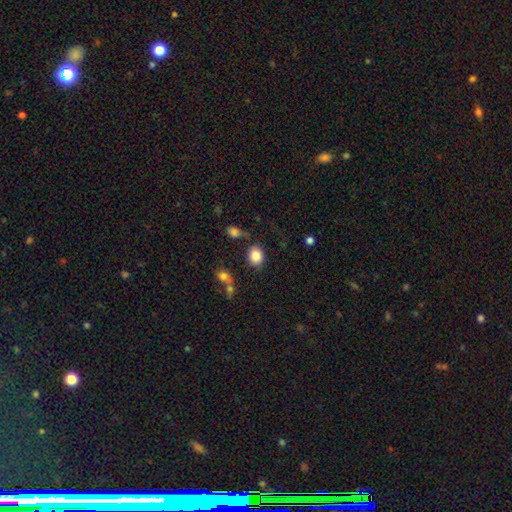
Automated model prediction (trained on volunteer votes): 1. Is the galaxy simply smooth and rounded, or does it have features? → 84% smooth, 9% star or artifact, 6% featured or disk.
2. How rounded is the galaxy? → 62% round, 37% in between, 1% cigar-shaped.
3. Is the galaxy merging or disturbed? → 78% none, 12% minor disturbance, 6% merger, 4% major disturbance.